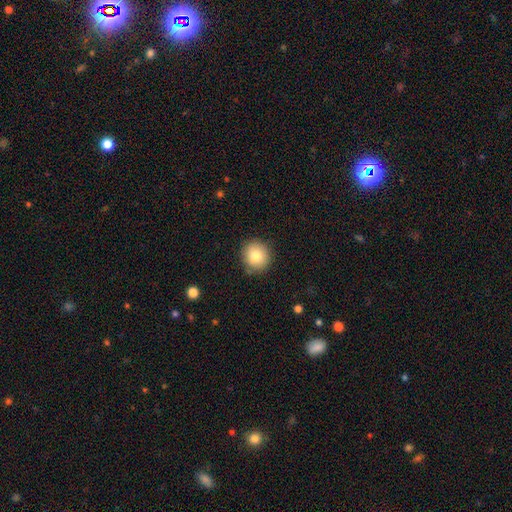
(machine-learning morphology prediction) This appears to be a smooth galaxy with no disk features (79%) that is round (92%). Merging: none (88%).